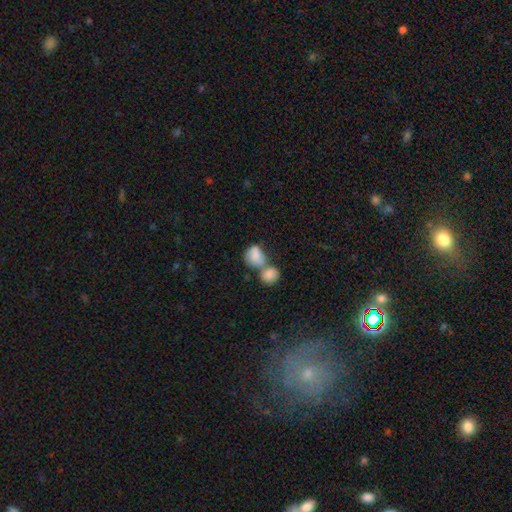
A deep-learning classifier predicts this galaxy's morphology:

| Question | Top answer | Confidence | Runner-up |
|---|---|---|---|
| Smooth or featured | smooth | 80% | featured or disk (12%) |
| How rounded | in between | 55% | round (44%) |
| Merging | merger | 69% | none (17%) |